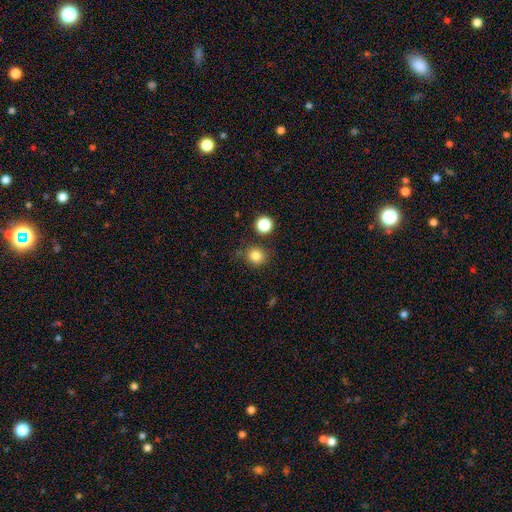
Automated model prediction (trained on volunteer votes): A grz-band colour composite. It shows a smooth galaxy with no disk features (82%) that is round (88%). Merging: none (80%).